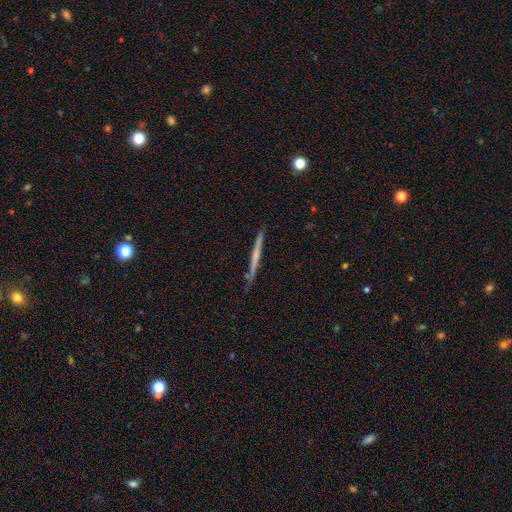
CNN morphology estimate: smooth_or_featured: featured or disk (p=0.62) [alt: smooth p=0.32]
disk_edge_on: yes (p=0.98) [alt: no p=0.02]
edge_on_bulge: none (p=0.53) [alt: rounded p=0.40]
merging: none (p=0.88) [alt: minor disturbance p=0.09]